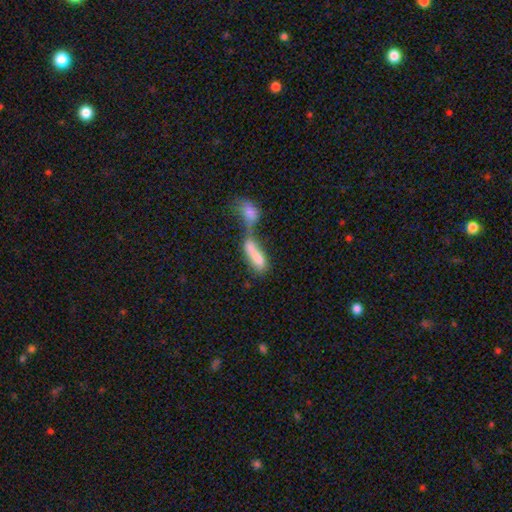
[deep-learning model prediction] A smooth galaxy with no disk features (74%) that is in between round and cigar-shaped (57%). Merging: merger (69%).